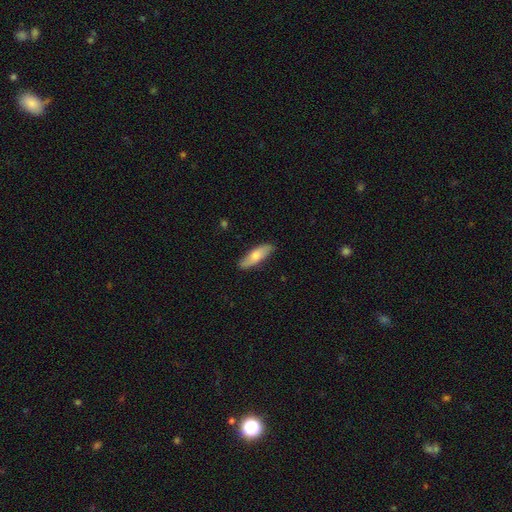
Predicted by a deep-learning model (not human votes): smooth 69%, featured or disk 26%, star or artifact 5%. Down the decision tree: how rounded — cigar-shaped (50%); merging — none (85%).